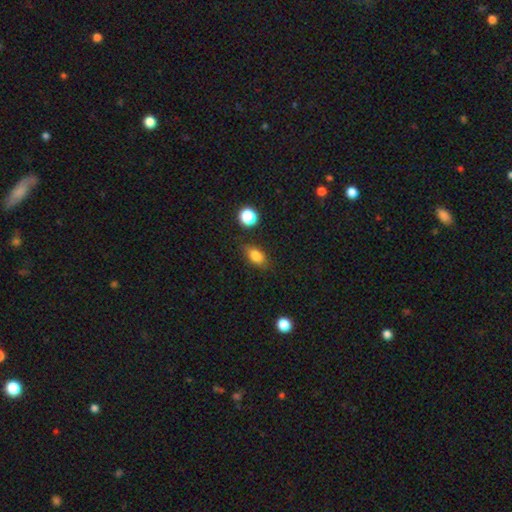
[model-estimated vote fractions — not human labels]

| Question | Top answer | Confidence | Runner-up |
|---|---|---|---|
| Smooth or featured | smooth | 81% | star or artifact (11%) |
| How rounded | in between | 81% | round (13%) |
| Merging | none | 81% | minor disturbance (14%) |